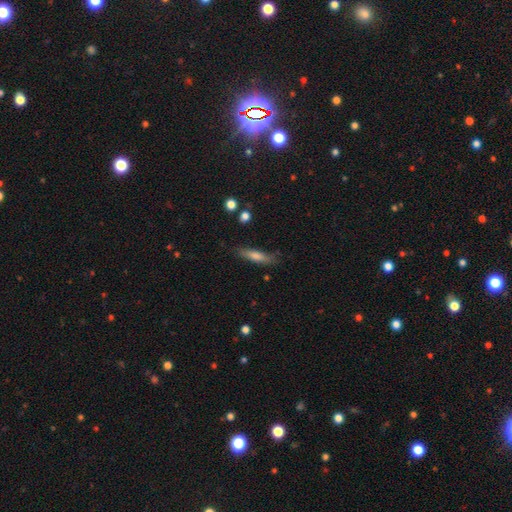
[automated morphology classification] Smooth or featured?
  - smooth: 64% *
  - featured or disk: 28%
  - star or artifact: 7%
How rounded?
  - cigar-shaped: 79% *
  - in between: 19%
  - round: 2%
Merging?
  - none: 77% *
  - minor disturbance: 17%
  - major disturbance: 4%
  - merger: 2%